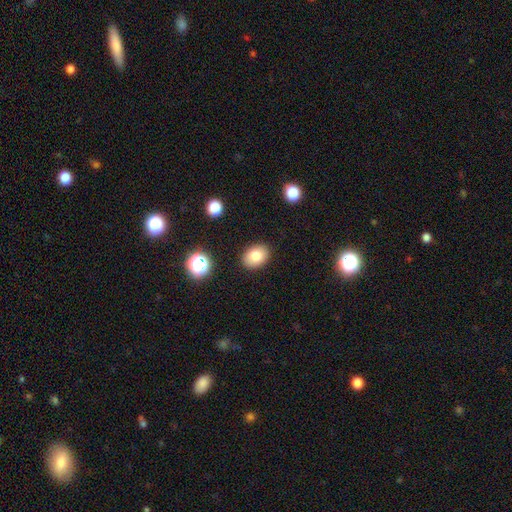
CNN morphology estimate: Smooth or featured?
  - smooth: 81% *
  - featured or disk: 10%
  - star or artifact: 10%
How rounded?
  - in between: 70% *
  - round: 29%
  - cigar-shaped: 1%
Merging?
  - none: 89% *
  - minor disturbance: 8%
  - major disturbance: 2%
  - merger: 1%